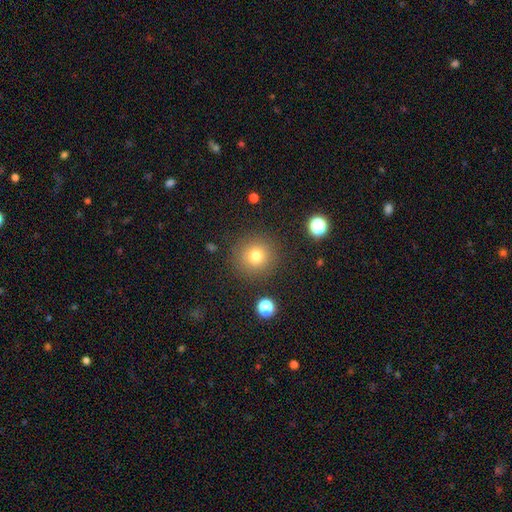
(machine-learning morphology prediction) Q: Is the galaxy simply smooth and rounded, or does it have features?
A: smooth — 76%.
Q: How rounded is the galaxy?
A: round — 94%.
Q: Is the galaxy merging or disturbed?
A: none — 88%.